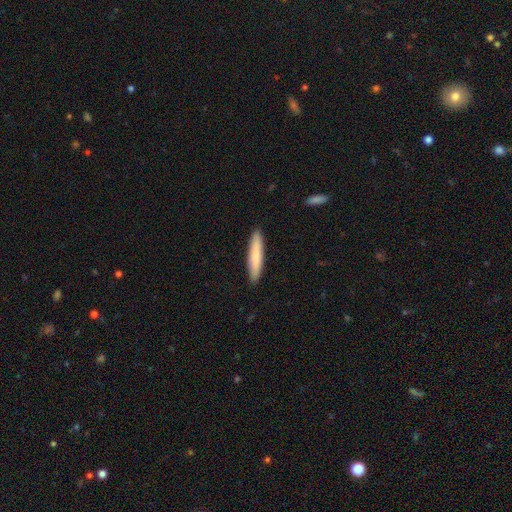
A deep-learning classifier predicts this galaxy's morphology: Smooth or featured: smooth — 80% (featured or disk — 14%)
How rounded: cigar-shaped — 89% (in between — 10%)
Merging: none — 91% (minor disturbance — 7%)